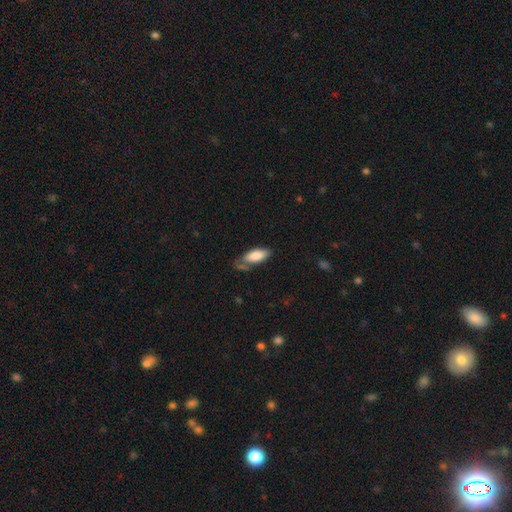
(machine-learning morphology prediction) A smooth galaxy with no disk features (80%) that is in between round and cigar-shaped (80%).

Vote fractions:
- Smooth or featured? smooth: 80% / featured or disk: 14% / star or artifact: 6%
- How rounded? in between: 80% / cigar-shaped: 18% / round: 2%
- Merging? none: 48% / minor disturbance: 30% / major disturbance: 14% / merger: 8%